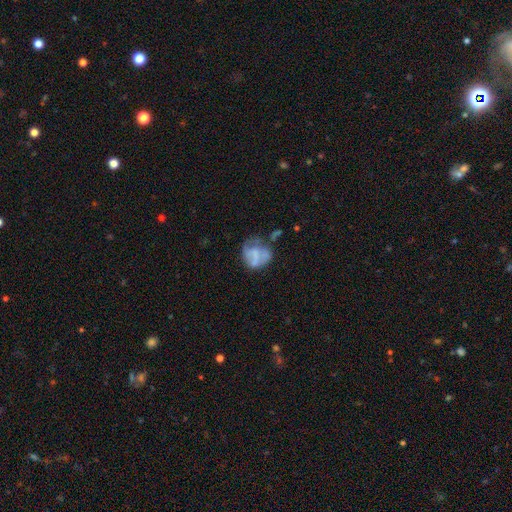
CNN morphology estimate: Overall: featured or disk (46%; smooth 44%). Merging: none (36%; major disturbance 27%).